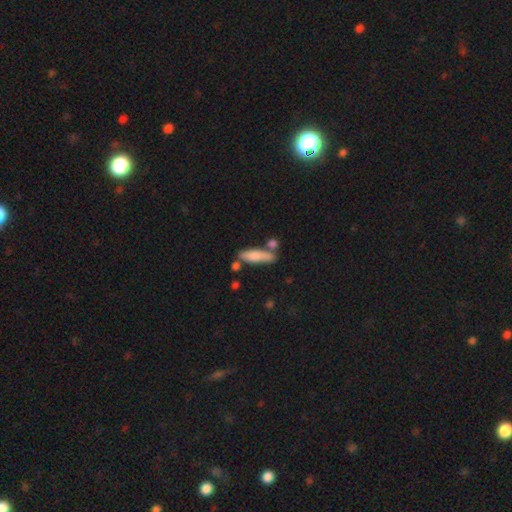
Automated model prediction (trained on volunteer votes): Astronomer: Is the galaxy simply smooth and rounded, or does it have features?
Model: smooth — 75%.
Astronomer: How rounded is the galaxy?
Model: cigar-shaped — 65%.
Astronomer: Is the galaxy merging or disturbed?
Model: none — 62%.